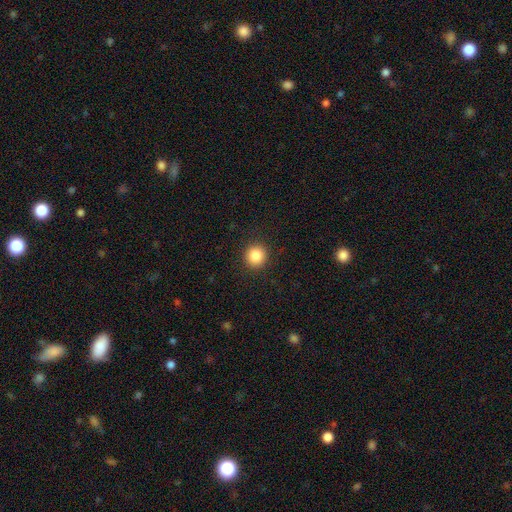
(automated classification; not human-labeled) This appears to be a smooth galaxy with no disk features (85%) that is round (92%). Merging: none (92%).